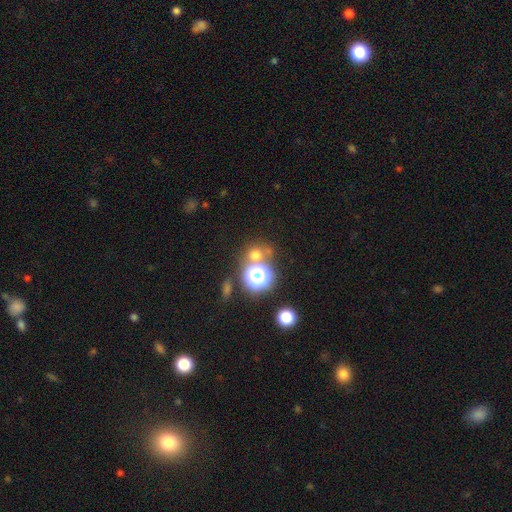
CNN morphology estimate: Smooth or featured: smooth — 61% (star or artifact — 30%)
How rounded: round — 84% (in between — 14%)
Merging: none — 60% (merger — 25%)